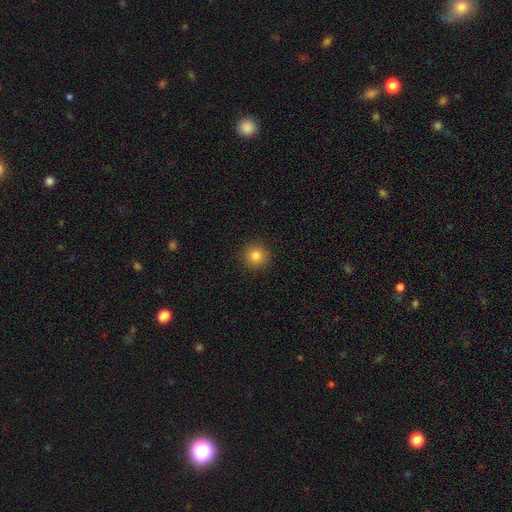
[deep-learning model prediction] This appears to be a smooth galaxy with no disk features (83%) that is round (94%). Merging: none (92%).